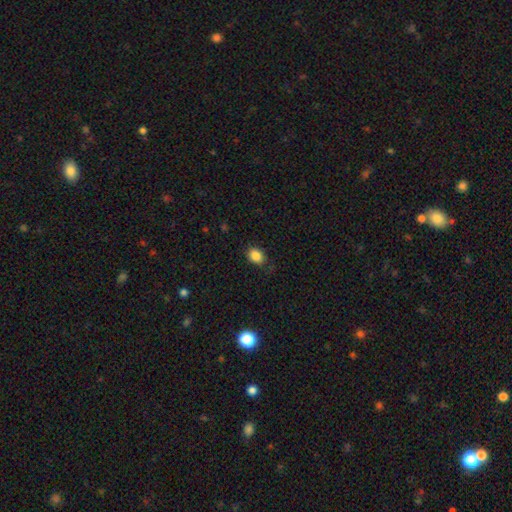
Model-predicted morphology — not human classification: A smooth galaxy with no disk features (86%) that is in between round and cigar-shaped (60%).

Vote fractions:
- Smooth or featured? smooth: 86% / star or artifact: 10% / featured or disk: 4%
- How rounded? in between: 60% / round: 39% / cigar-shaped: 1%
- Merging? none: 80% / minor disturbance: 15% / major disturbance: 4% / merger: 1%